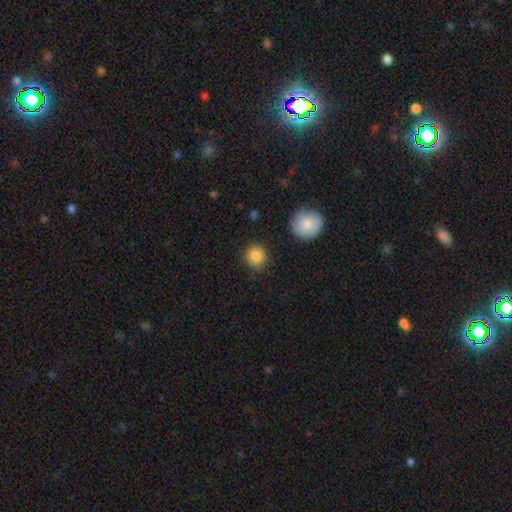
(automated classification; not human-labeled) Smooth or featured: smooth — 86% (star or artifact — 9%)
How rounded: round — 90% (in between — 9%)
Merging: none — 87% (minor disturbance — 8%)